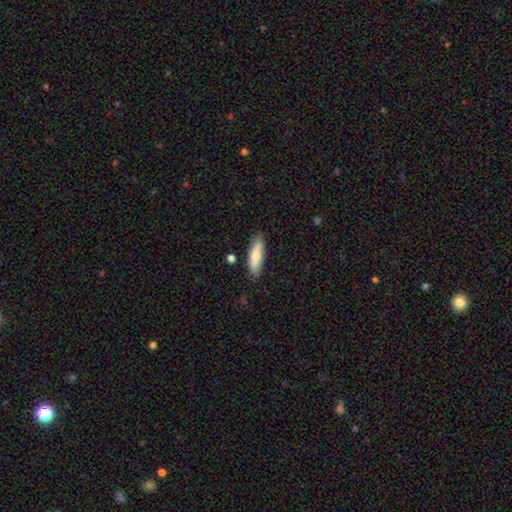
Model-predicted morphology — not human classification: Smooth or featured? Predicted: smooth (p=0.63). How rounded? Predicted: cigar-shaped (p=0.60). Merging? Predicted: none (p=0.84).